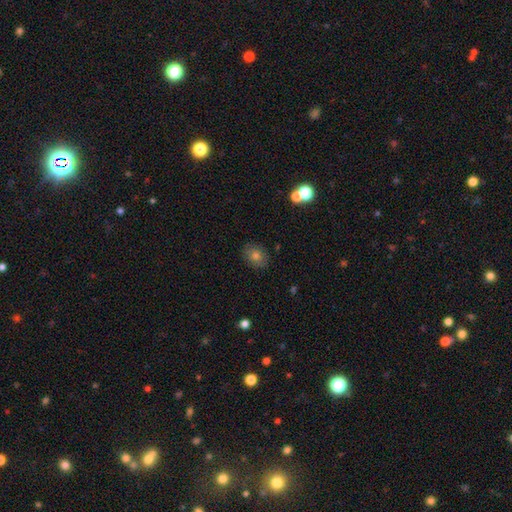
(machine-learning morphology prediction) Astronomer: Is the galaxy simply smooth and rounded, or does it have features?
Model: smooth — 73%.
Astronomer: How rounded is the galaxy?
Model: in between — 56% (runner-up: round, 43%).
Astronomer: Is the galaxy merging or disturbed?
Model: none — 85%.